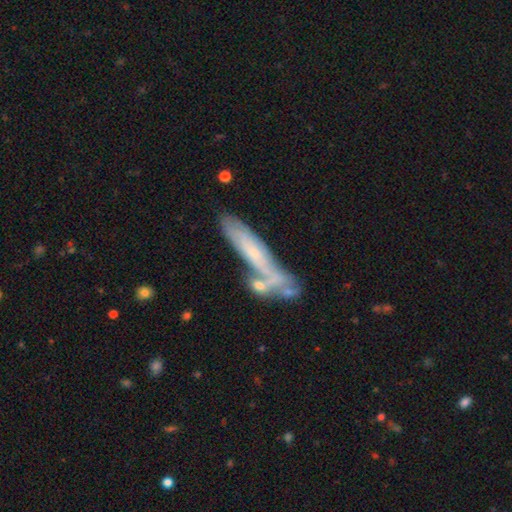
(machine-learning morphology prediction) Smooth or featured: featured or disk — 51% (smooth — 40%)
Edge-on disk: yes — 56% (no — 44%)
Merging: none — 49% (merger — 25%)